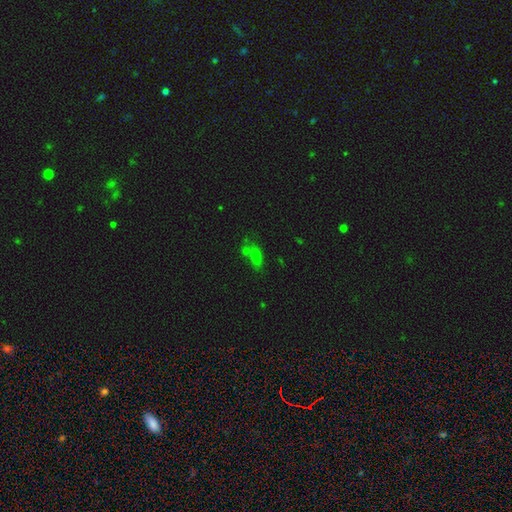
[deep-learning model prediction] A smooth galaxy with no disk features (64%) that is in between round and cigar-shaped (70%). Merging: none (52%).